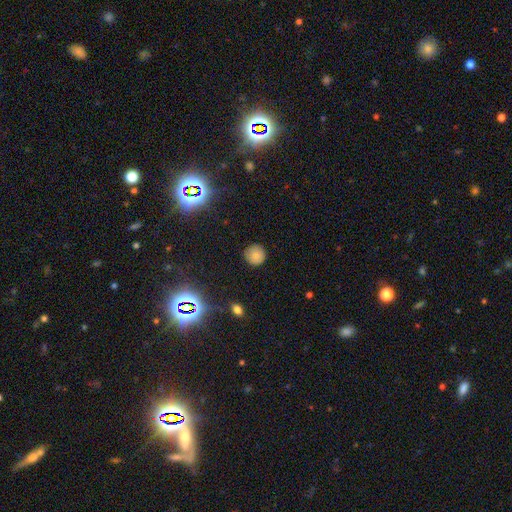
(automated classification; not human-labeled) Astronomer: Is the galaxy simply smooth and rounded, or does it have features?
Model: smooth — 77%.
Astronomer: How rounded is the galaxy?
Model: round — 93%.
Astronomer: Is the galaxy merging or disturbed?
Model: none — 85%.